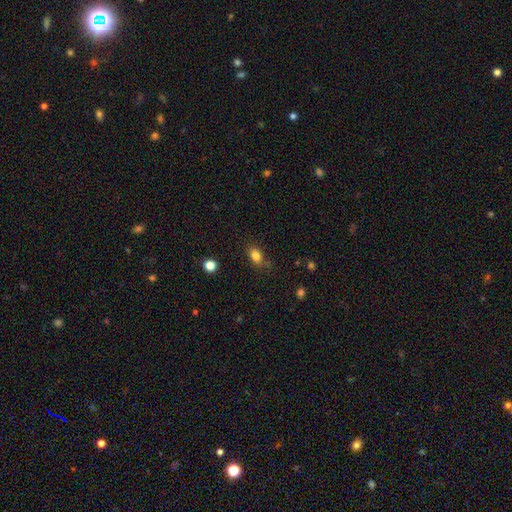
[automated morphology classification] Q: Smooth or featured?
A: smooth (84%); runner-up: star or artifact (11%)
Q: How rounded?
A: in between (73%); runner-up: round (25%)
Q: Merging?
A: none (75%); runner-up: minor disturbance (18%)